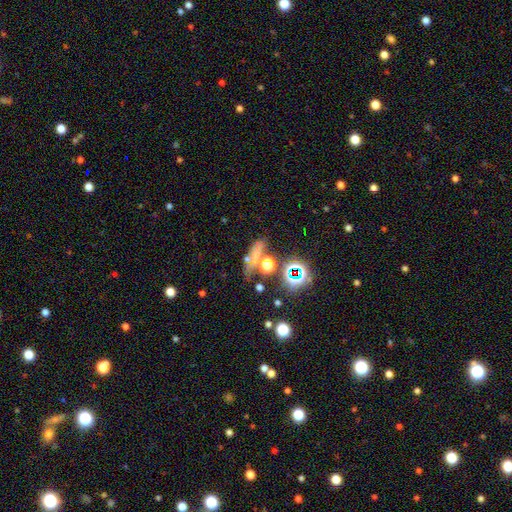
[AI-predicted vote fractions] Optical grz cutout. It shows a smooth galaxy with no disk features (51%) that is cigar-shaped (39%). Merging: none (58%).